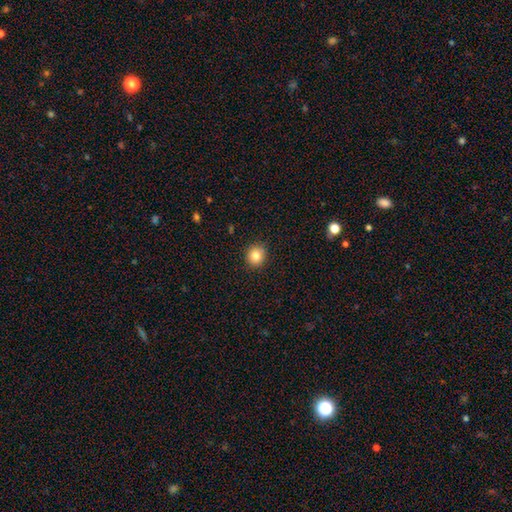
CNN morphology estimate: Overall: smooth (82%). How rounded: round (87%). Merging: none (90%).